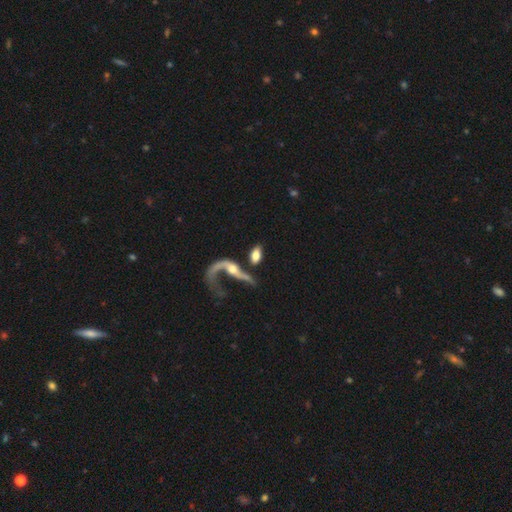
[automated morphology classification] A smooth galaxy with no disk features (58%) that is in between round and cigar-shaped (85%). Merging: none (38%).